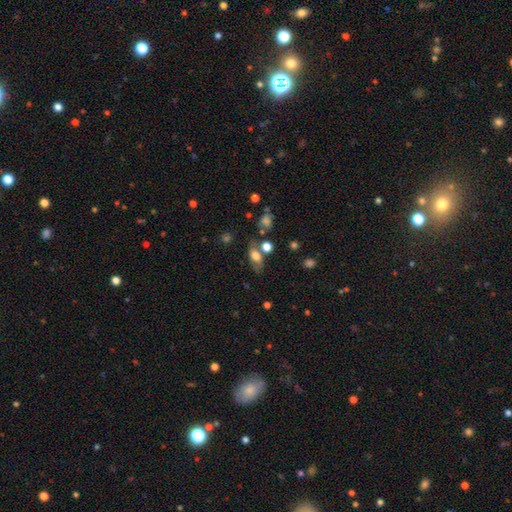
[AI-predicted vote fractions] Q: Smooth or featured?
A: smooth (66%); runner-up: featured or disk (24%)
Q: How rounded?
A: in between (83%); runner-up: round (10%)
Q: Merging?
A: none (61%); runner-up: minor disturbance (18%)